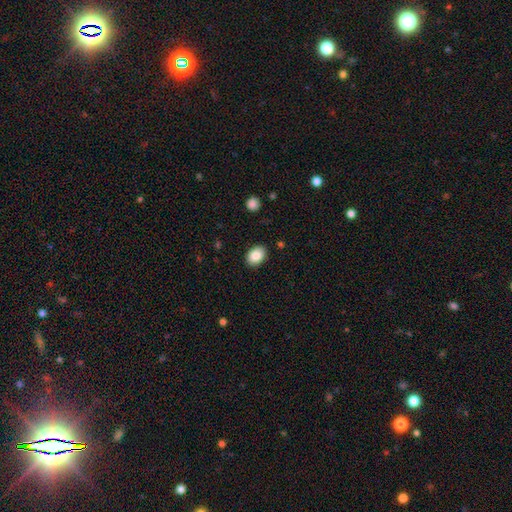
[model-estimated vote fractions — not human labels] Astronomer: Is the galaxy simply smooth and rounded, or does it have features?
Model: smooth — 86%.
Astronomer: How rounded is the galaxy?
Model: in between — 75%.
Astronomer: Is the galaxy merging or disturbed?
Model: none — 88%.